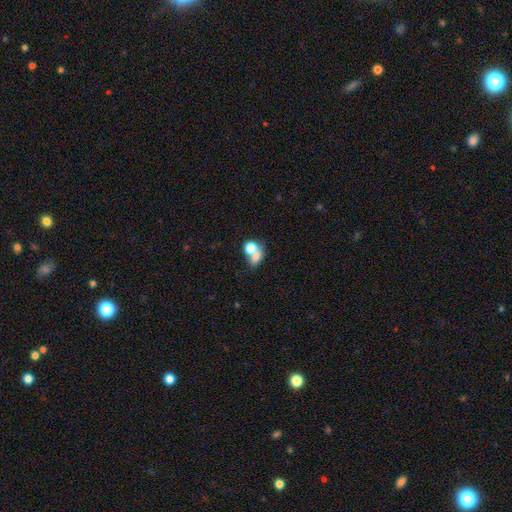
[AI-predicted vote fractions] Smooth or featured? smooth (70%)
How rounded? in between (51%)
Merging? merger (59%)